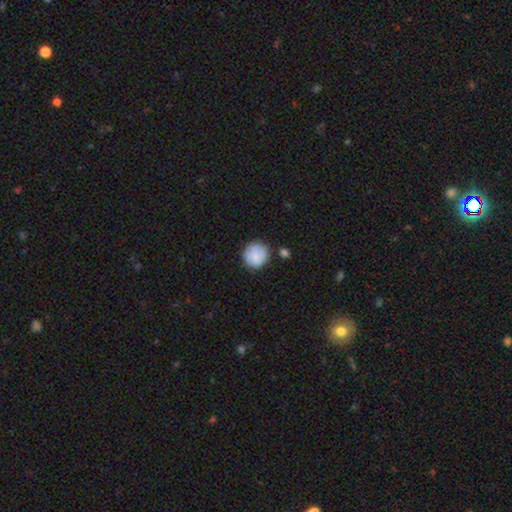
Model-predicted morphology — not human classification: Smooth or featured: smooth — 84% (featured or disk — 9%)
How rounded: round — 91% (in between — 8%)
Merging: none — 77% (minor disturbance — 14%)